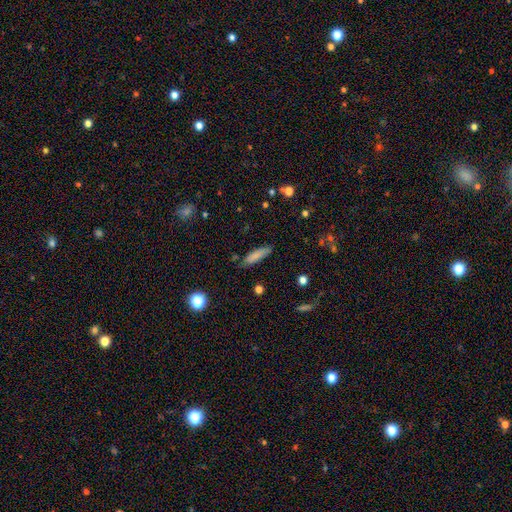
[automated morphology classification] Smooth or featured: smooth — 82% (featured or disk — 10%)
How rounded: cigar-shaped — 71% (in between — 27%)
Merging: none — 82% (minor disturbance — 14%)